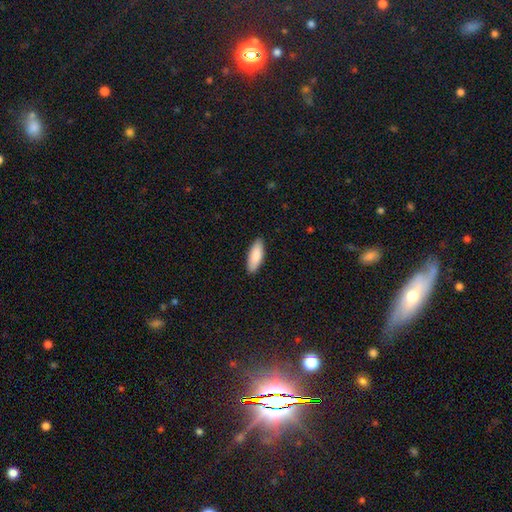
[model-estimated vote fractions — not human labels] A smooth galaxy with no disk features (87%) that is in between round and cigar-shaped (70%). Merging: none (89%).